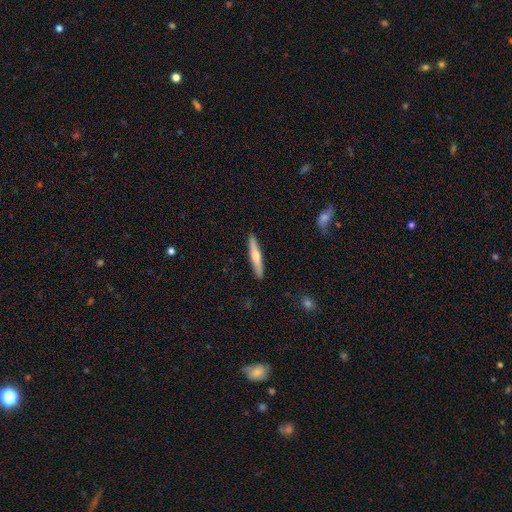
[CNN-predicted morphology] Smooth or featured? featured or disk (49%)
Merging? none (91%)